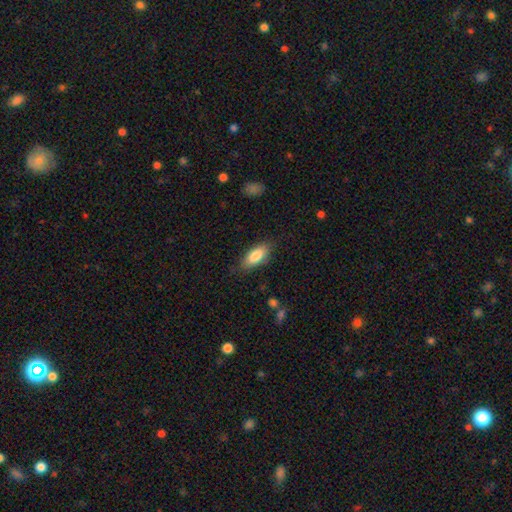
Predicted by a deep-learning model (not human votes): Q: Smooth or featured?
A: smooth (83%); runner-up: featured or disk (11%)
Q: How rounded?
A: in between (79%); runner-up: cigar-shaped (19%)
Q: Merging?
A: none (82%); runner-up: minor disturbance (14%)